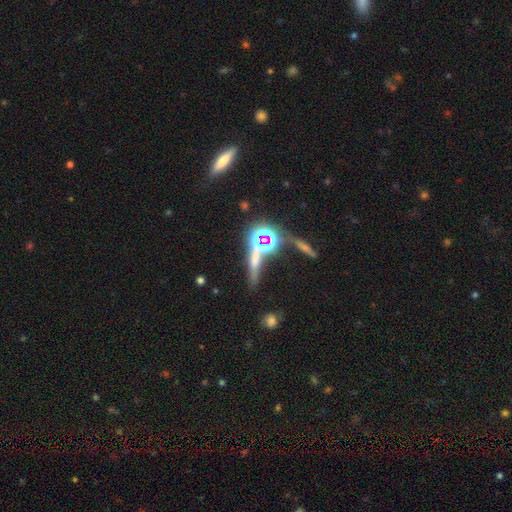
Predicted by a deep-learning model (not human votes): Smooth or featured? star or artifact (44%)